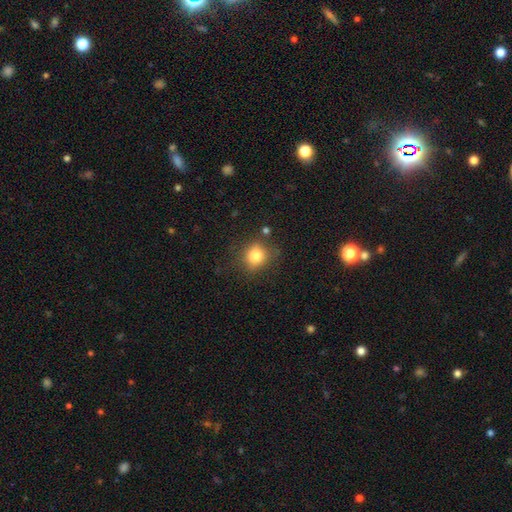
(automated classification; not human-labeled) This appears to be a smooth galaxy with no disk features (81%) that is round (76%). Merging: none (78%).